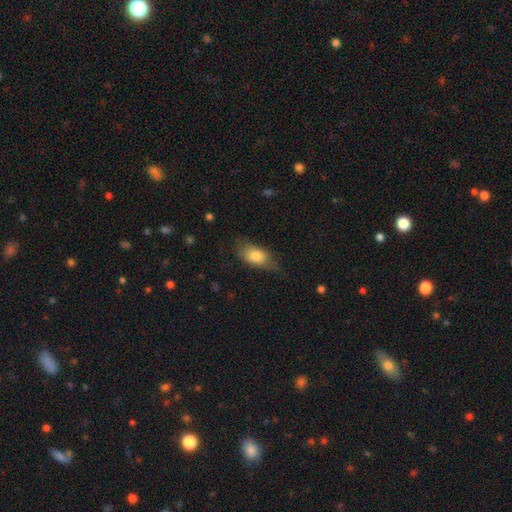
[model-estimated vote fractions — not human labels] Morphology: type=smooth (78%); roundness=in between (86%); merging=none (57%).